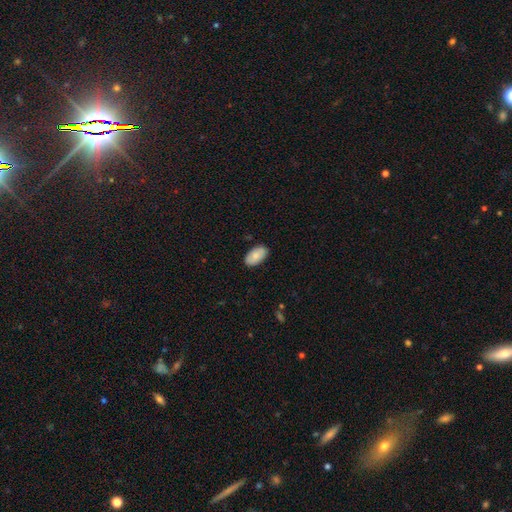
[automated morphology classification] Overall: smooth (82%). How rounded: in between (95%). Merging: none (87%).